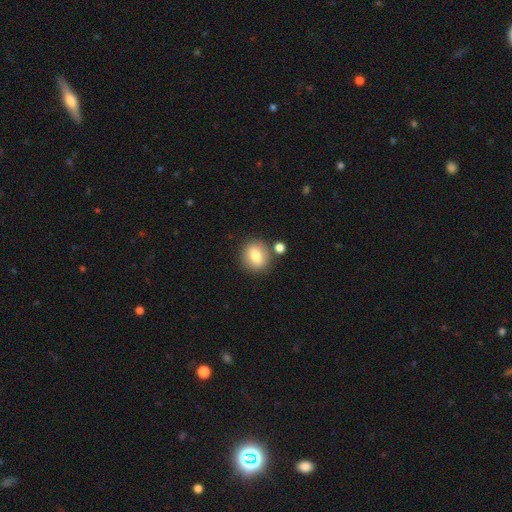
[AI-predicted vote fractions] This appears to be a smooth galaxy with no disk features (76%) that is round (73%). Merging: none (77%).